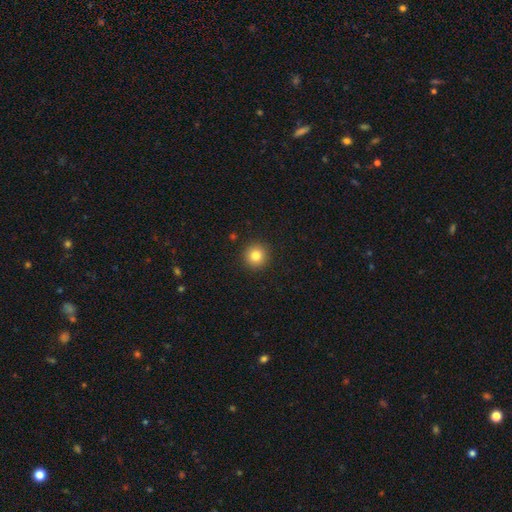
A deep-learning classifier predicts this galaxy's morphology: This appears to be a smooth galaxy with no disk features (83%) that is round (95%). Merging: none (92%).